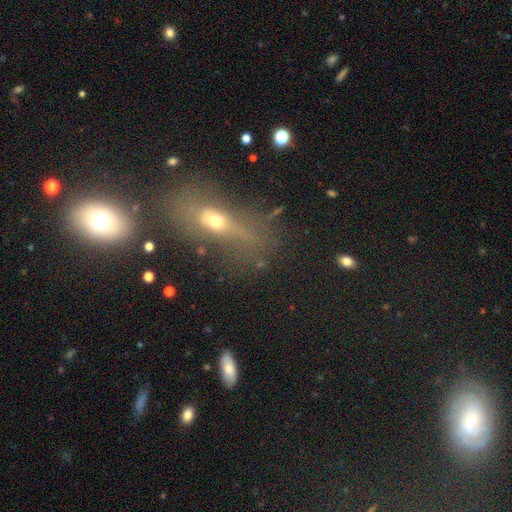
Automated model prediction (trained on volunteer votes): Q: Smooth or featured?
A: smooth (45%); runner-up: featured or disk (28%)
Q: Merging?
A: none (49%); runner-up: minor disturbance (19%)